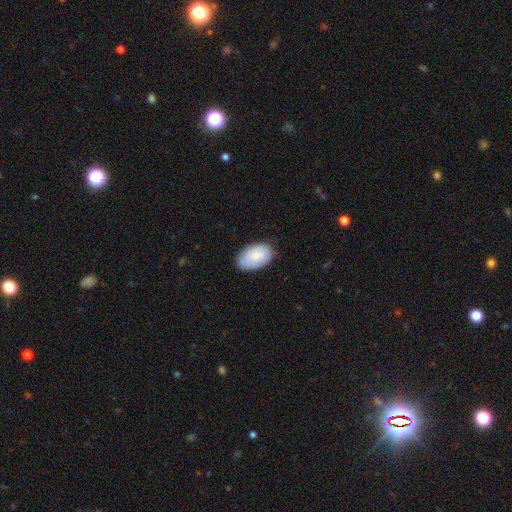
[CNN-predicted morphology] Smooth or featured?
  - smooth: 82% *
  - featured or disk: 12%
  - star or artifact: 6%
How rounded?
  - in between: 93% *
  - round: 6%
  - cigar-shaped: 1%
Merging?
  - none: 78% *
  - minor disturbance: 18%
  - major disturbance: 3%
  - merger: 1%